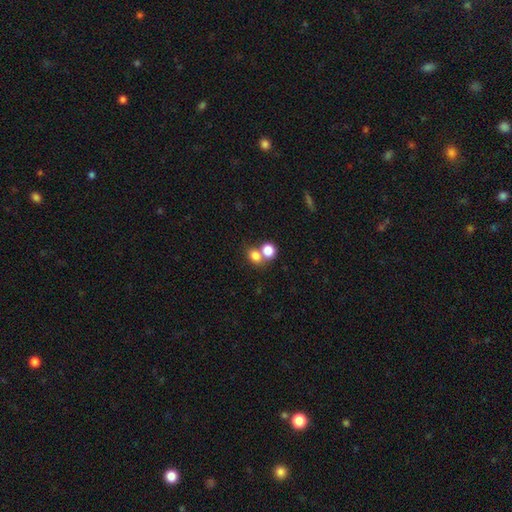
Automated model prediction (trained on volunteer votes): Smooth or featured: smooth — 79% (star or artifact — 12%)
How rounded: round — 56% (in between — 43%)
Merging: merger — 47% (none — 42%)